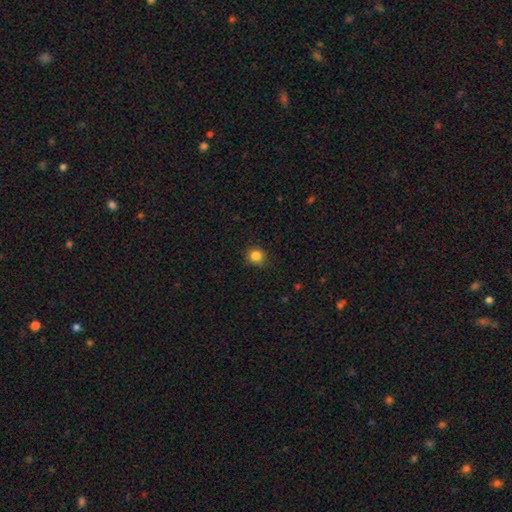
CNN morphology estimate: Smooth or featured? smooth (85%)
How rounded? round (92%)
Merging? none (85%)